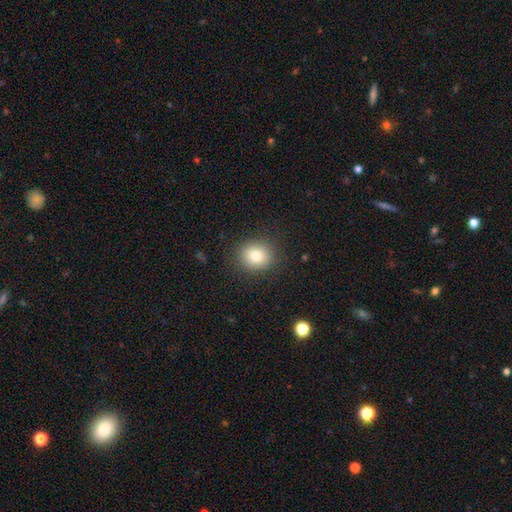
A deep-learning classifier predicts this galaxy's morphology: This is clearly a smooth galaxy (81%). How rounded: likely round (76%). Merging: clearly none (87%).